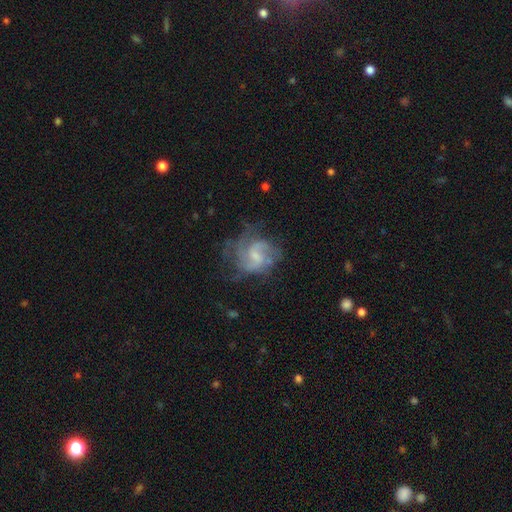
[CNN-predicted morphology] Overall: featured or disk (78%). Edge-on disk: no (98%). Bar: weak (54%; no 34%). Spiral arms: yes (90%). Spiral arm count: 2 (48%; can't tell 23%). Spiral winding: medium (49%; loose 26%). Bulge size: small (42%; moderate 30%). Merging: none (51%; major disturbance 24%).